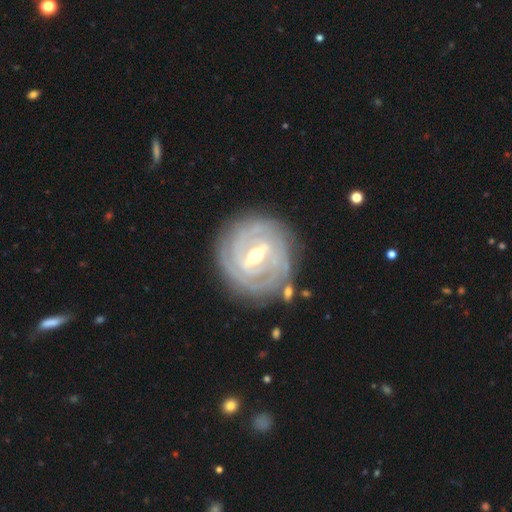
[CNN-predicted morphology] Smooth or featured? featured or disk (90%)
Edge-on disk? no (94%)
Bar? strong (64%)
Spiral arms? yes (94%)
Spiral winding? tight (86%)
Spiral arm count? can't tell (30%)
Bulge size? moderate (73%)
Merging? none (83%)